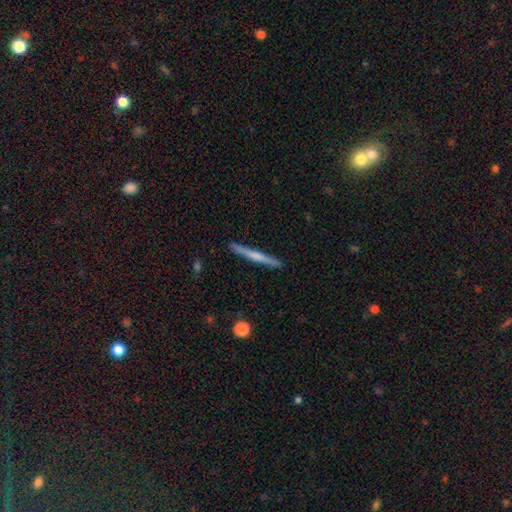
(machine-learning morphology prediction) The model was most divided on "smooth or featured": featured or disk: 55%, smooth: 39%, star or artifact: 6%. More confident: edge-on disk — yes (97%); merging — none (90%); edge-on bulge — rounded (52%).